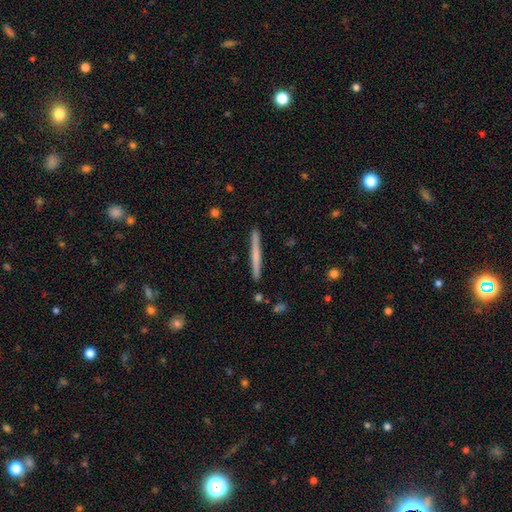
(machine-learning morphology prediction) smooth 53%, featured or disk 42%, star or artifact 5%. Down the decision tree: how rounded — cigar-shaped (97%); merging — none (92%).